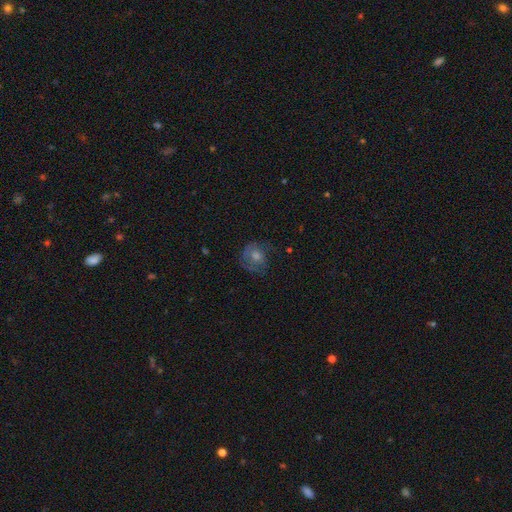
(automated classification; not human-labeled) smooth-or-featured: featured or disk: 44% | smooth: 39% | star or artifact: 16%
  merging: none: 66% | minor disturbance: 20% | major disturbance: 13% | merger: 1%